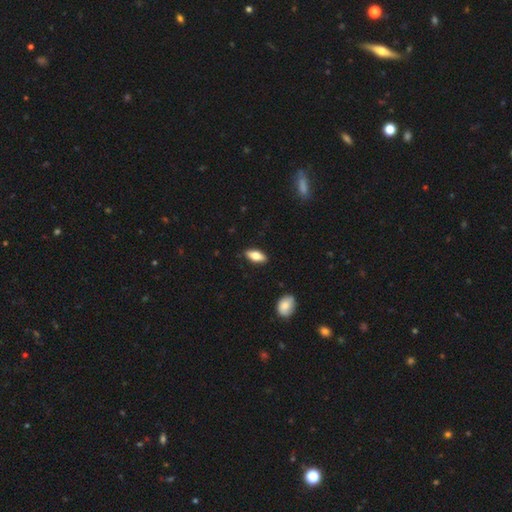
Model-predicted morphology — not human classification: Smooth or featured?
  - smooth: 69% *
  - featured or disk: 25%
  - star or artifact: 6%
How rounded?
  - in between: 80% *
  - cigar-shaped: 17%
  - round: 3%
Merging?
  - none: 87% *
  - minor disturbance: 10%
  - major disturbance: 2%
  - merger: 1%